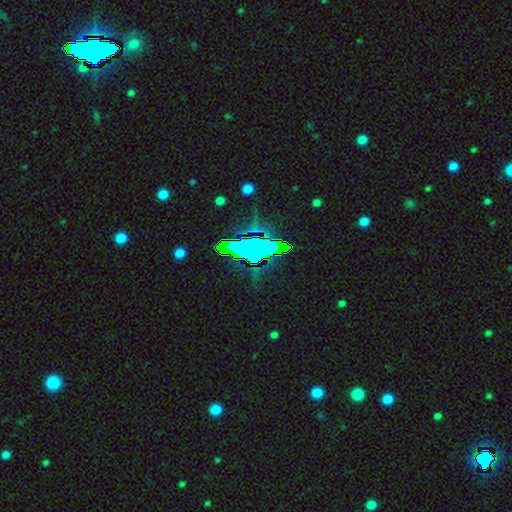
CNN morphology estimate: This appears to be a star or artifact, not a galaxy (80%).